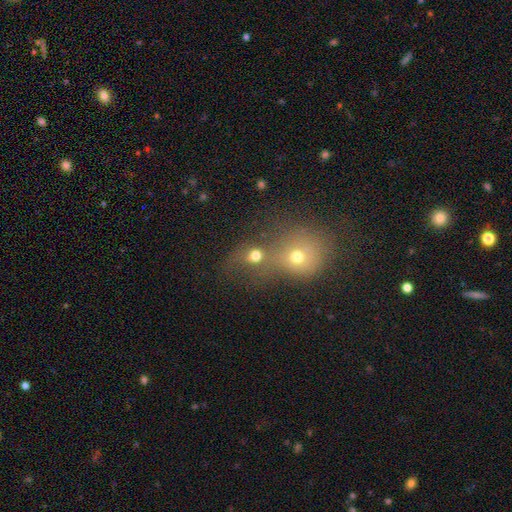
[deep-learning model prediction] This is likely a smooth galaxy (70%). How rounded: likely round (76%). Merging: possibly merger (57%).